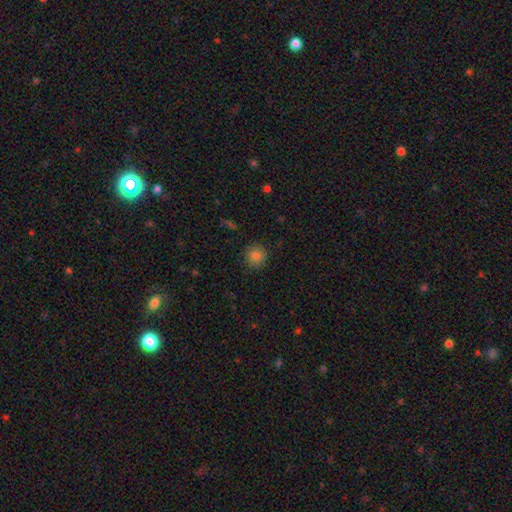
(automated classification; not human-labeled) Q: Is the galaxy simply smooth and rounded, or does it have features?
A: smooth — 83%.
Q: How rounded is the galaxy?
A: round — 92%.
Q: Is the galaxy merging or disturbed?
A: none — 89%.